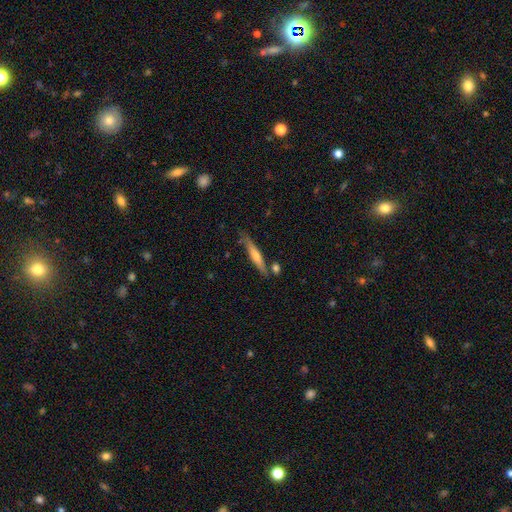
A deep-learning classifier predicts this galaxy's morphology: smooth_or_featured: featured or disk (p=0.55) [alt: smooth p=0.39]
disk_edge_on: yes (p=0.94) [alt: no p=0.06]
edge_on_bulge: rounded (p=0.77) [alt: none p=0.16]
merging: none (p=0.76) [alt: minor disturbance p=0.14]